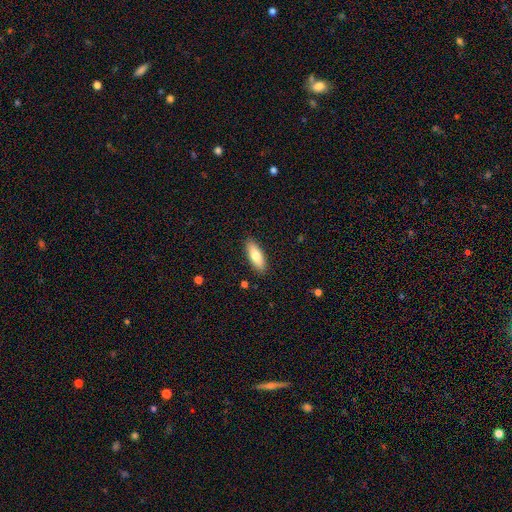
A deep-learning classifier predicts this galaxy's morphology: smooth 77%, featured or disk 17%, star or artifact 6%. Down the decision tree: how rounded — in between (69%); merging — none (89%).